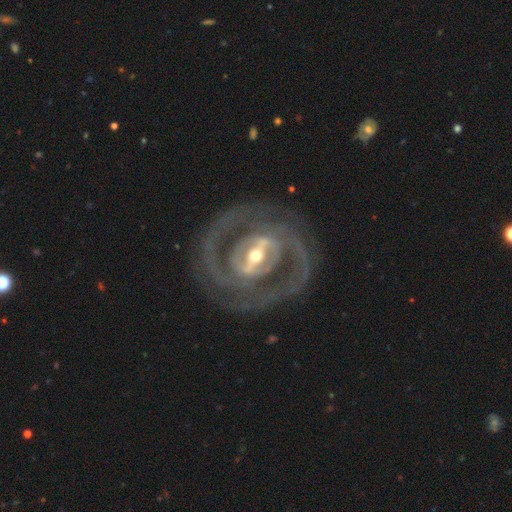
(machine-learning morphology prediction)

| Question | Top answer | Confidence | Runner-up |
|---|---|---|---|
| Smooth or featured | featured or disk | 90% | smooth (6%) |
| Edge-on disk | no | 95% | yes (5%) |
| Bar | strong | 66% | weak (25%) |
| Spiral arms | yes | 89% | no (11%) |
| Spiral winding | tight | 50% | medium (39%) |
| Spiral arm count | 2 | 75% | can't tell (10%) |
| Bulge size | moderate | 52% | small (40%) |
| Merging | none | 77% | minor disturbance (12%) |